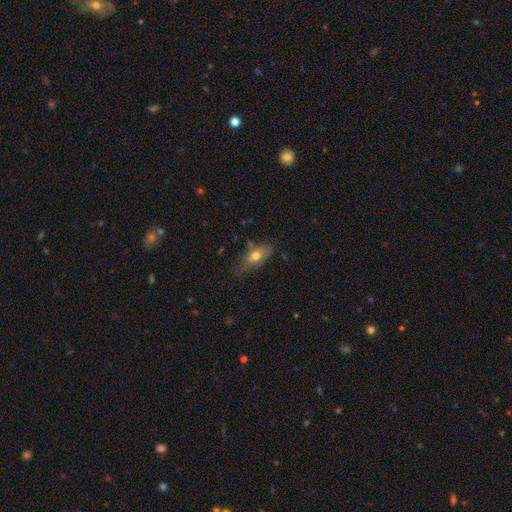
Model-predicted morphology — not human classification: A smooth galaxy with no disk features (69%) that is in between round and cigar-shaped (83%).

Vote fractions:
- Smooth or featured? smooth: 69% / featured or disk: 23% / star or artifact: 8%
- How rounded? in between: 83% / cigar-shaped: 11% / round: 6%
- Merging? none: 58% / minor disturbance: 30% / major disturbance: 9% / merger: 3%